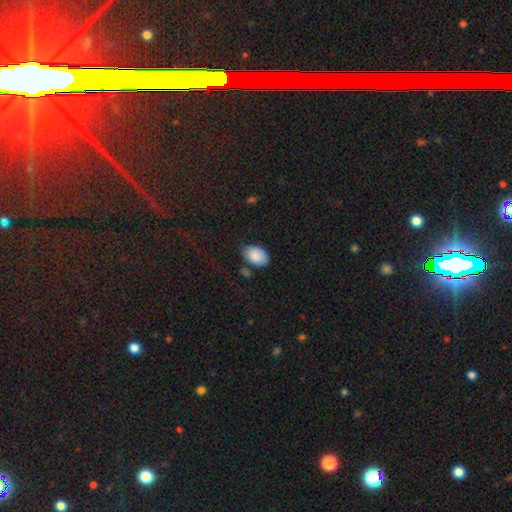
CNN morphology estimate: The model was most divided on "merging": none: 68%, minor disturbance: 22%, merger: 5%, major disturbance: 5%. More confident: how rounded — in between (87%); smooth or featured — smooth (87%).